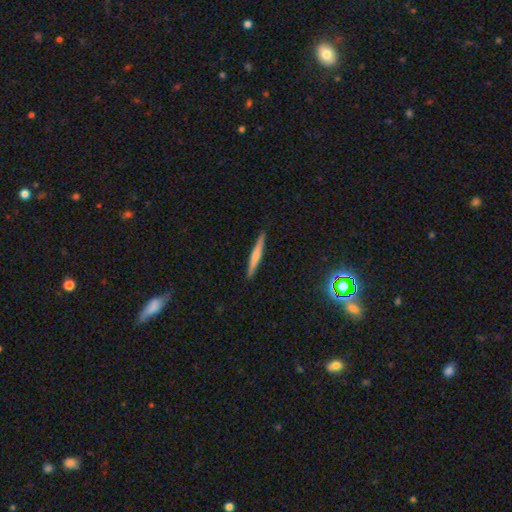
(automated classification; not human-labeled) A smooth galaxy with no disk features (52%) that is cigar-shaped (95%).

Vote fractions:
- Smooth or featured? smooth: 52% / featured or disk: 41% / star or artifact: 6%
- How rounded? cigar-shaped: 95% / in between: 3% / round: 1%
- Merging? none: 92% / minor disturbance: 6% / major disturbance: 1% / merger: 1%